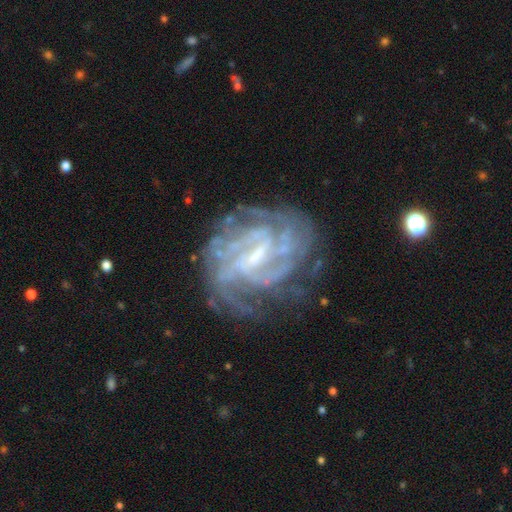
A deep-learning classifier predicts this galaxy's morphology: A featured or disk galaxy (90%) with a weak bar (51%), tight (60%) spiral arms (96%) and a small central bulge (56%). Merging: none (69%).